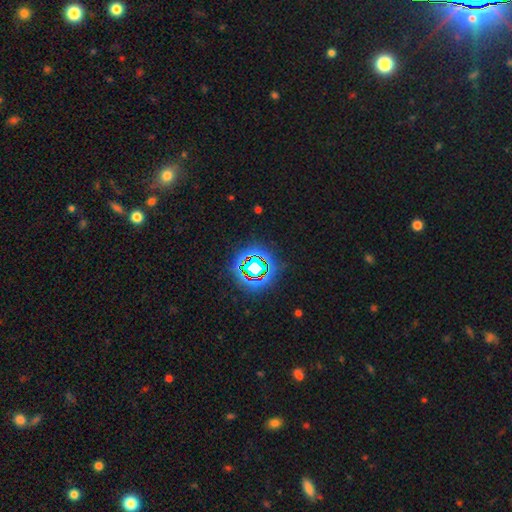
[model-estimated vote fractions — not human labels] Overall: star or artifact (71%).